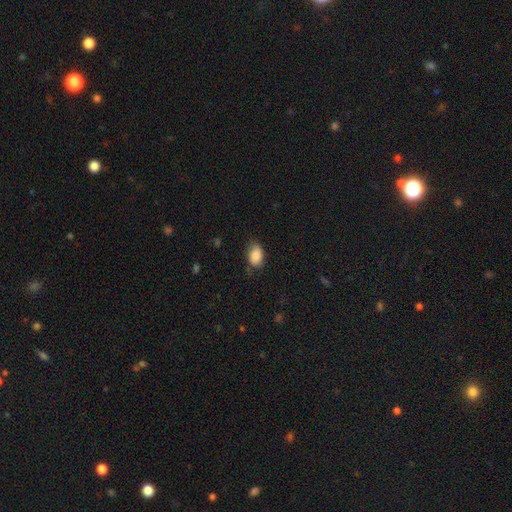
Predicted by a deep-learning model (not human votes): Smooth or featured?
  - smooth: 85% *
  - featured or disk: 7%
  - star or artifact: 7%
How rounded?
  - in between: 84% *
  - round: 15%
  - cigar-shaped: 1%
Merging?
  - none: 67% *
  - minor disturbance: 26%
  - major disturbance: 6%
  - merger: 1%